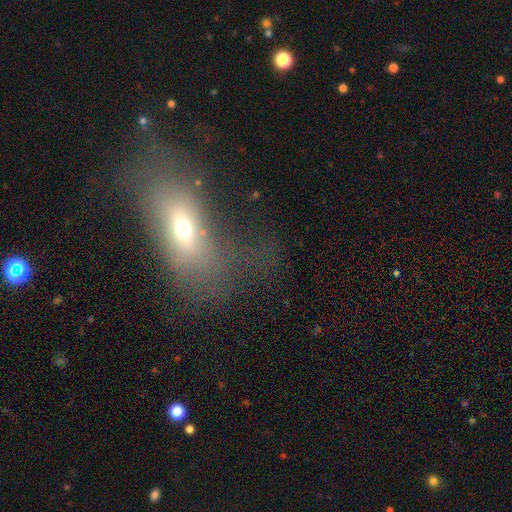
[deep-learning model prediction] smooth_or_featured: smooth (p=0.49) [alt: featured or disk p=0.31]
merging: major disturbance (p=0.38) [alt: none p=0.36]